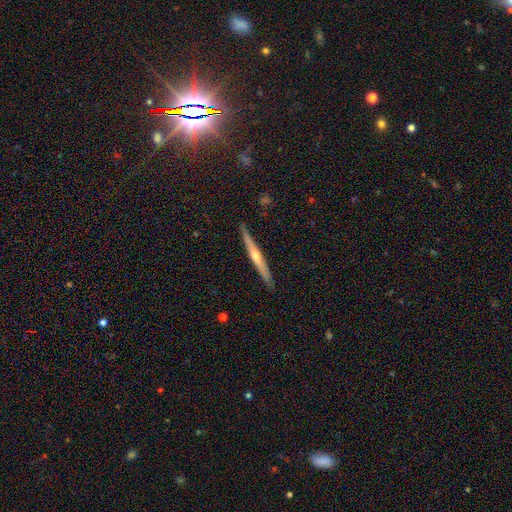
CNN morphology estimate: The model was most divided on "smooth or featured": featured or disk: 72%, smooth: 22%, star or artifact: 6%. More confident: edge-on disk — yes (97%); merging — none (90%); edge-on bulge — rounded (83%).